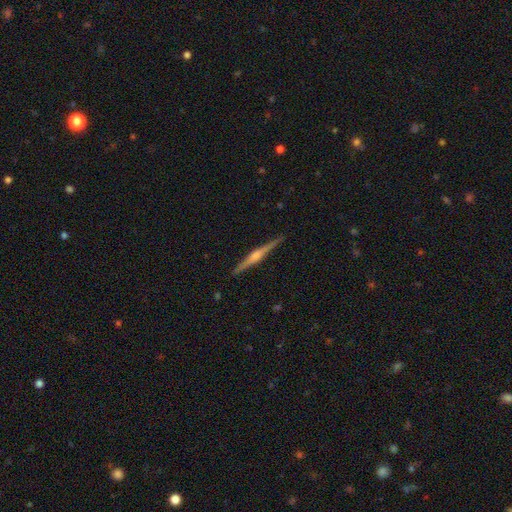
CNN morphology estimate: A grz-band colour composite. It shows a featured or disk galaxy (78%) viewed edge-on (98%) with a rounded central bulge (73%). Merging: none (91%).